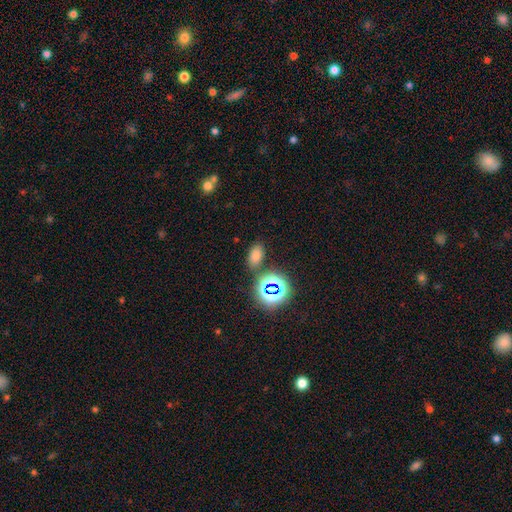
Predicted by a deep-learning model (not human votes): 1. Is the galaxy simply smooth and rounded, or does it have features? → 69% smooth, 24% star or artifact, 7% featured or disk.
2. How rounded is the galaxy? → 87% in between, 11% round, 2% cigar-shaped.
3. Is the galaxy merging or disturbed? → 79% none, 10% minor disturbance, 7% merger, 4% major disturbance.